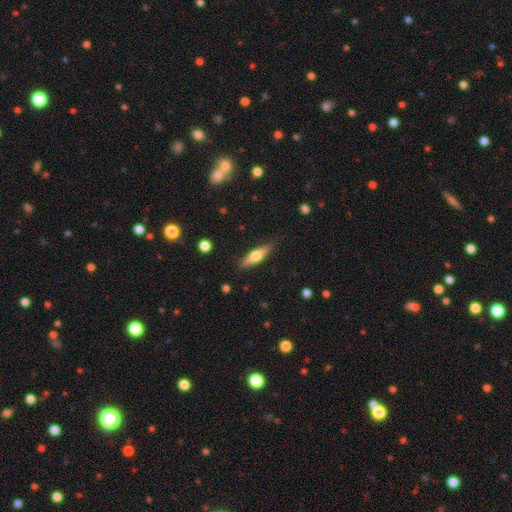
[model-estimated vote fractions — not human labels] Morphology: type=smooth (58%); roundness=cigar-shaped (63%); merging=none (84%).